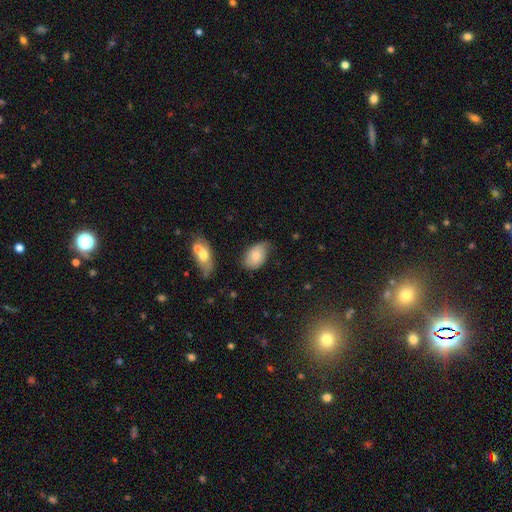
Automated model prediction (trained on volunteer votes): This appears to be a smooth galaxy with no disk features (73%) that is in between round and cigar-shaped (87%). Merging: none (51%).